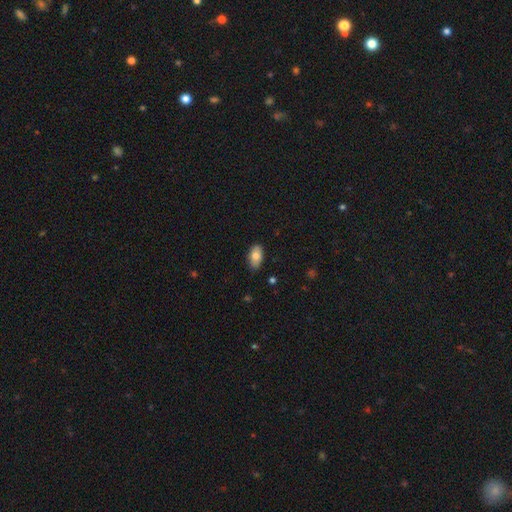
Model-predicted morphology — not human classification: type=smooth (79%); roundness=in between (93%); merging=none (84%).